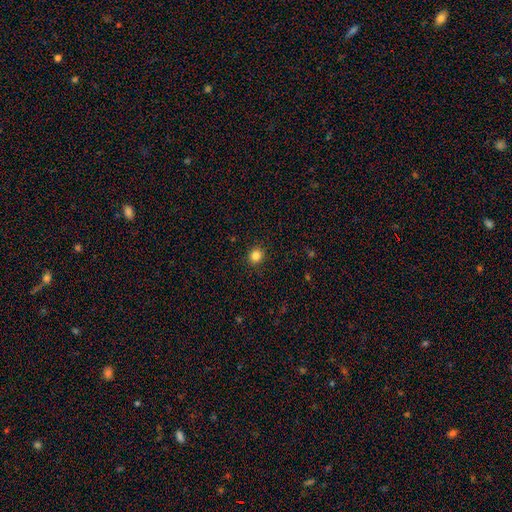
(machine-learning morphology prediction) The model was most divided on "smooth or featured": smooth: 84%, star or artifact: 12%, featured or disk: 4%. More confident: merging — none (92%); how rounded — round (90%).